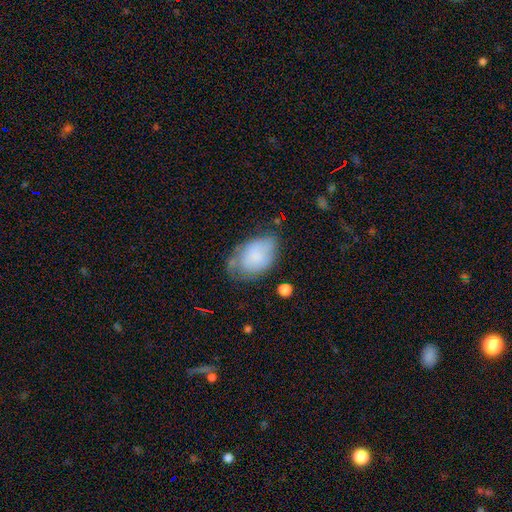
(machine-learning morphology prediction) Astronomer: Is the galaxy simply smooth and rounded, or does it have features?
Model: smooth — 69%.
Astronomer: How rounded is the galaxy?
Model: in between — 89%.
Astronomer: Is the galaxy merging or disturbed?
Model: none — 45% (runner-up: minor disturbance, 36%).